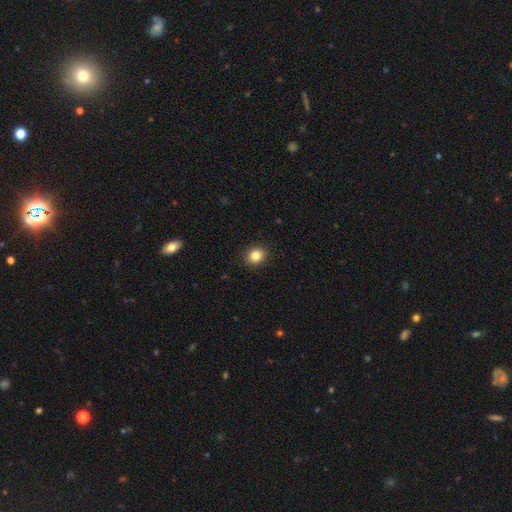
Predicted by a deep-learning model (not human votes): Q: Smooth or featured?
A: smooth (84%); runner-up: star or artifact (10%)
Q: How rounded?
A: round (73%); runner-up: in between (26%)
Q: Merging?
A: none (91%); runner-up: minor disturbance (6%)